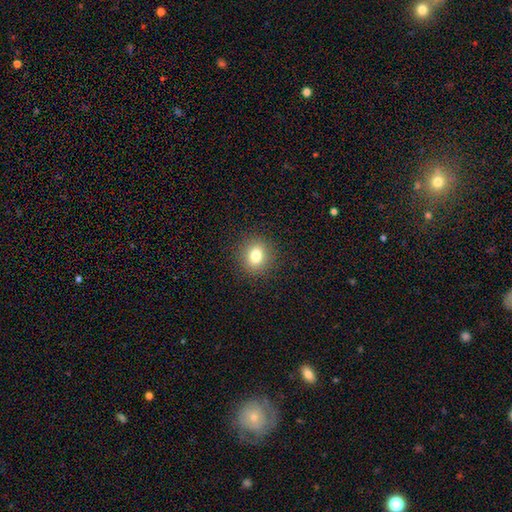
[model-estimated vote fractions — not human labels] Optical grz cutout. It shows a smooth galaxy with no disk features (80%) that is round (75%). Merging: none (90%).